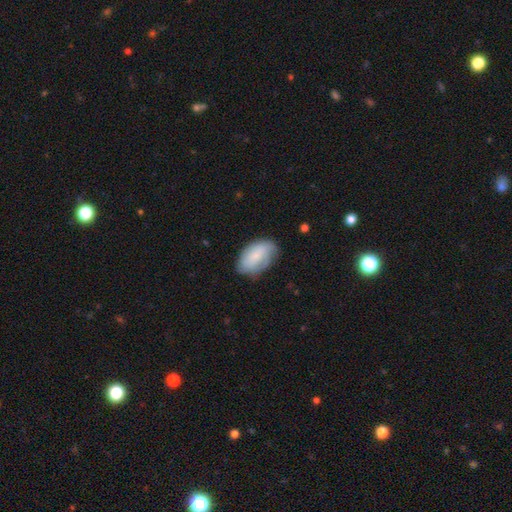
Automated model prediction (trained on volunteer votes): Smooth or featured?
  - smooth: 64% *
  - featured or disk: 29%
  - star or artifact: 7%
How rounded?
  - in between: 93% *
  - round: 5%
  - cigar-shaped: 2%
Merging?
  - none: 66% *
  - minor disturbance: 26%
  - major disturbance: 7%
  - merger: 1%